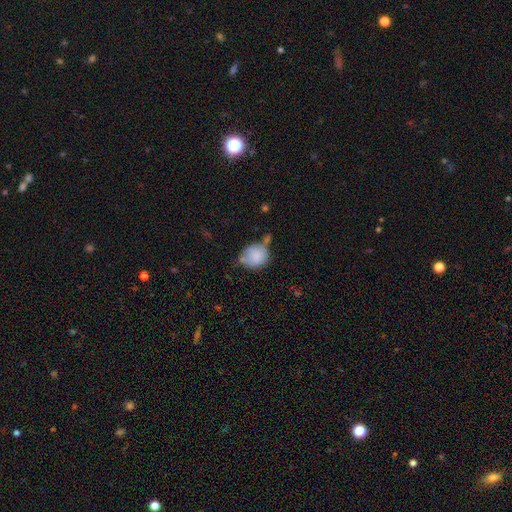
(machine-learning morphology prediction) Overall: smooth (79%). How rounded: round (64%; in between 35%). Merging: none (42%; minor disturbance 32%).